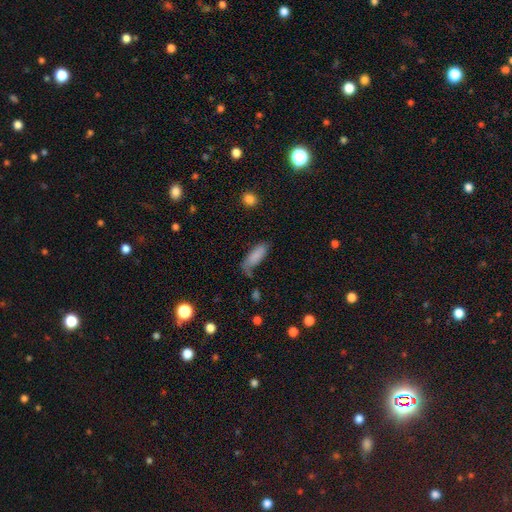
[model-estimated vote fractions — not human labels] Smooth or featured: smooth — 83% (featured or disk — 10%)
How rounded: in between — 65% (cigar-shaped — 33%)
Merging: none — 49% (minor disturbance — 29%)